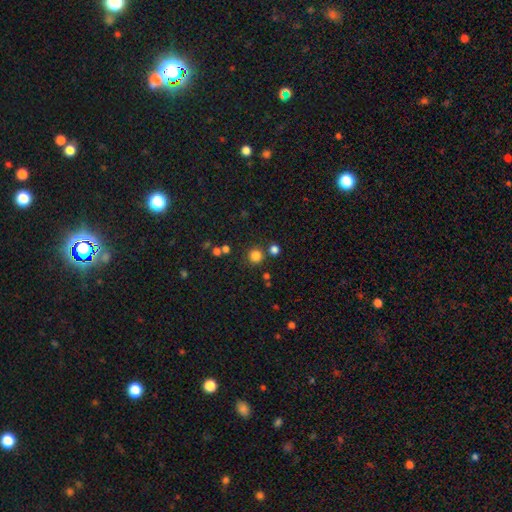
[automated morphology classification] type=smooth (80%); roundness=round (94%); merging=none (81%).